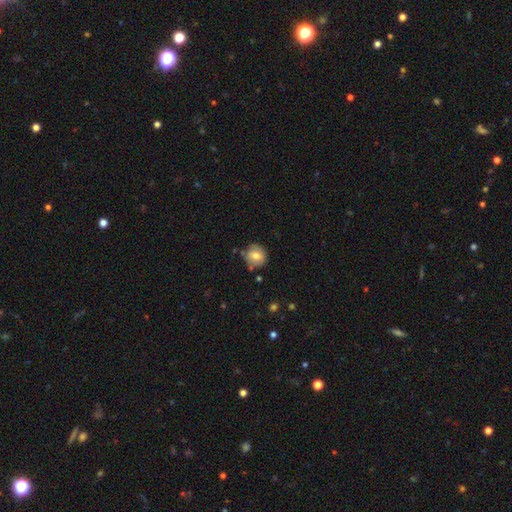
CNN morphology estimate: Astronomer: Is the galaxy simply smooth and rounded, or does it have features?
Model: smooth — 73%.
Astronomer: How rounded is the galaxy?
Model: round — 87%.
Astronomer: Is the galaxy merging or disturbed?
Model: none — 76%.